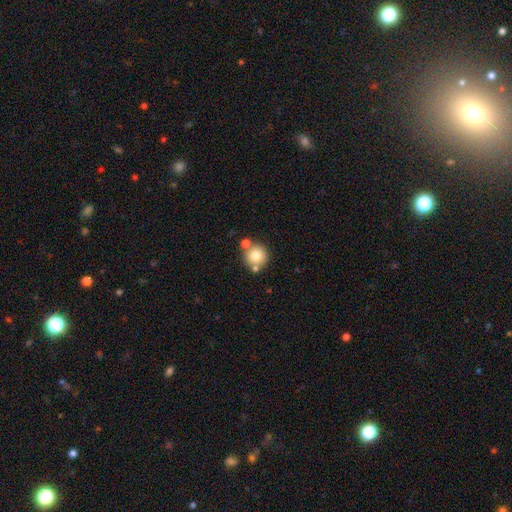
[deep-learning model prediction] This appears to be a smooth galaxy with no disk features (76%) that is round (93%). Merging: none (69%).